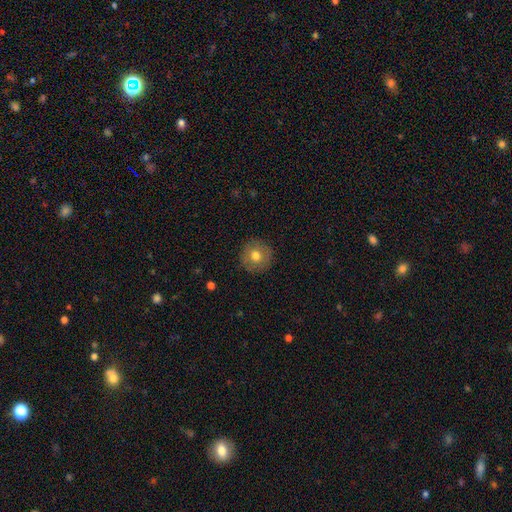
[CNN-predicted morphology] Q: Smooth or featured?
A: smooth (72%); runner-up: featured or disk (19%)
Q: How rounded?
A: round (95%); runner-up: in between (4%)
Q: Merging?
A: none (90%); runner-up: minor disturbance (7%)